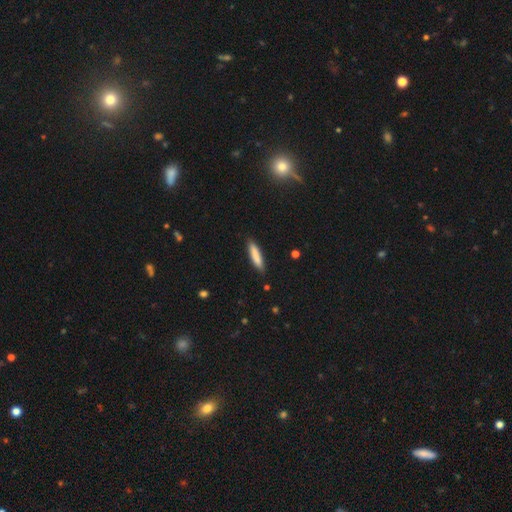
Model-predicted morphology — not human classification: A smooth galaxy with no disk features (83%) that is cigar-shaped (82%).

Vote fractions:
- Smooth or featured? smooth: 83% / featured or disk: 11% / star or artifact: 6%
- How rounded? cigar-shaped: 82% / in between: 16% / round: 1%
- Merging? none: 87% / minor disturbance: 10% / major disturbance: 2% / merger: 1%